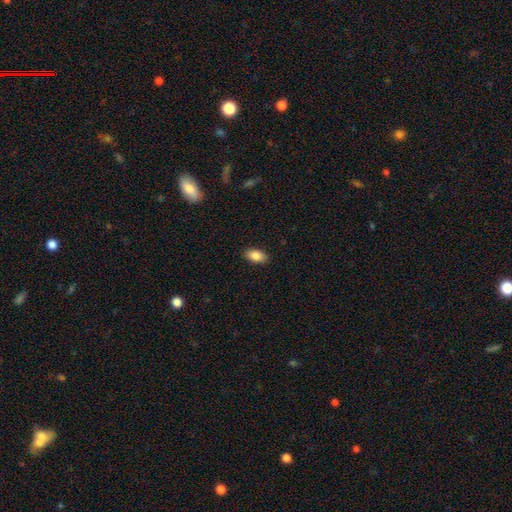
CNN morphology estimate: smooth_or_featured: smooth (p=0.86) [alt: star or artifact p=0.08]
how_rounded: in between (p=0.92) [alt: round p=0.05]
merging: none (p=0.88) [alt: minor disturbance p=0.08]